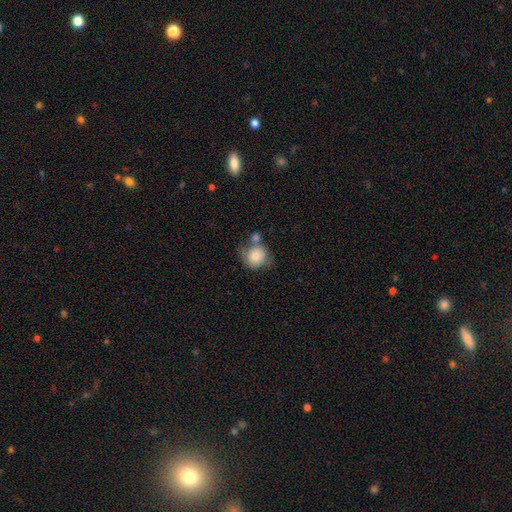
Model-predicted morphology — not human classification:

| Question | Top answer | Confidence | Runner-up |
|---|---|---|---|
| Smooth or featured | smooth | 76% | featured or disk (17%) |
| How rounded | round | 84% | in between (15%) |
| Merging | none | 44% | merger (28%) |